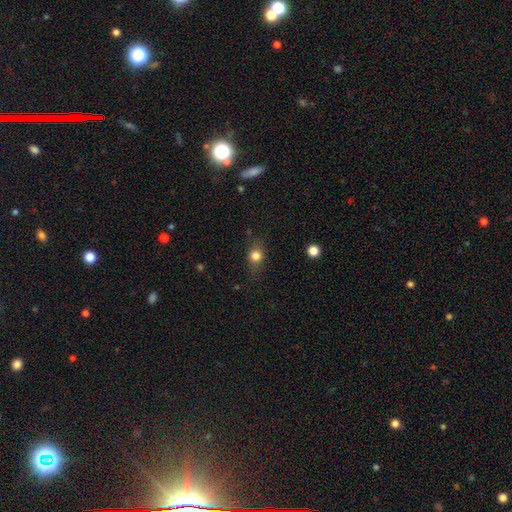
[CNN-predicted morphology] Q: Smooth or featured?
A: smooth (77%); runner-up: star or artifact (12%)
Q: How rounded?
A: round (66%); runner-up: in between (31%)
Q: Merging?
A: none (75%); runner-up: minor disturbance (17%)